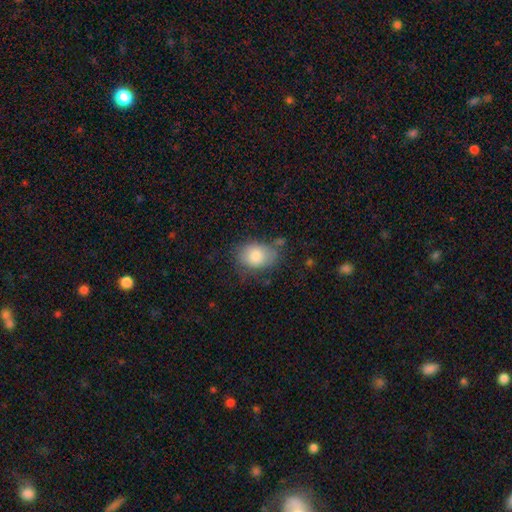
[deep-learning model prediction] Morphology: type=smooth (82%); roundness=in between (72%); merging=none (60%).